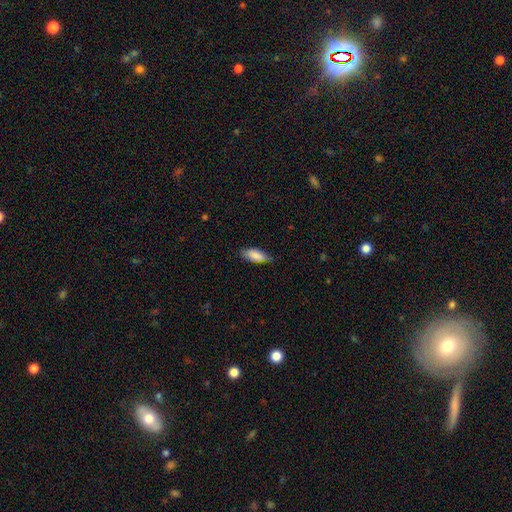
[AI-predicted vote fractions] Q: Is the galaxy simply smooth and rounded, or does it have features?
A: smooth — 84%.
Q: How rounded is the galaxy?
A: in between — 75%.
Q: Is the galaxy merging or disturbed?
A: none — 70%.